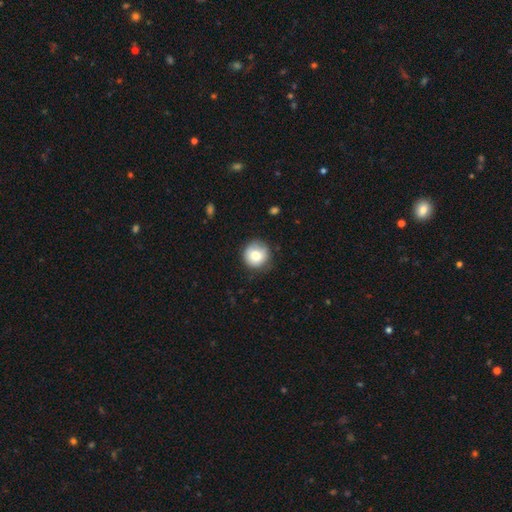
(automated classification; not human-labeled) smooth-or-featured: smooth: 81% | featured or disk: 11% | star or artifact: 9%
  how-rounded: round: 93% | in between: 6% | cigar-shaped: 1%
  merging: none: 78% | minor disturbance: 17% | major disturbance: 4% | merger: 1%